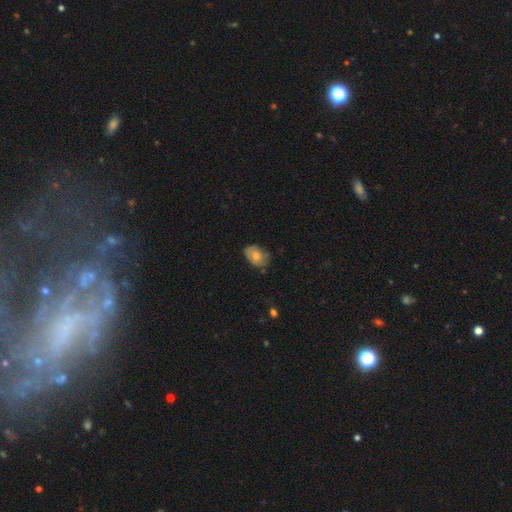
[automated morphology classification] Smooth or featured? smooth (64%)
How rounded? in between (76%)
Merging? none (68%)